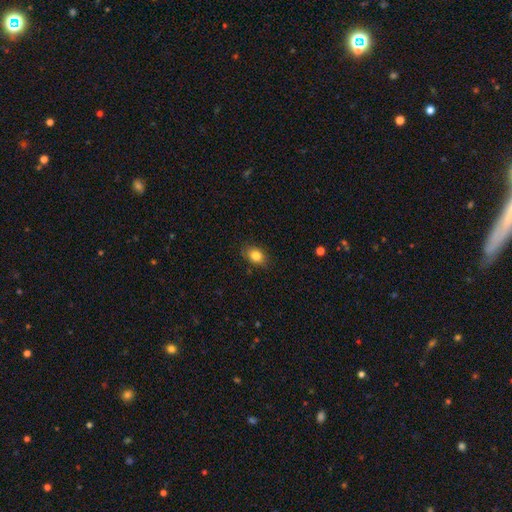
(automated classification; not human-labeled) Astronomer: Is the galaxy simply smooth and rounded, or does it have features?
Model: smooth — 83%.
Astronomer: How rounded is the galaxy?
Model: in between — 73%.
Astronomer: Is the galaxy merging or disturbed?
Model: none — 82%.